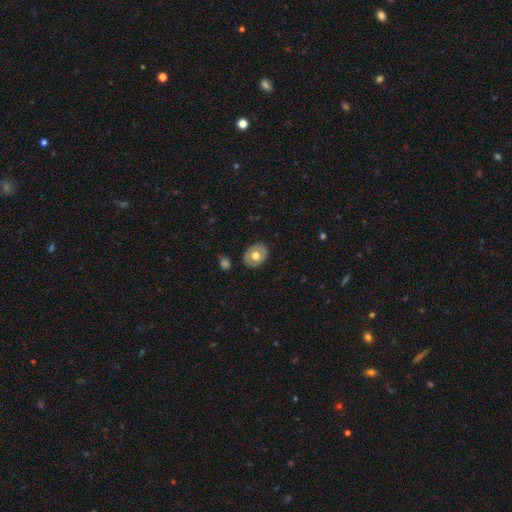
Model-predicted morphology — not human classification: type=smooth (55%); roundness=in between (58%); merging=none (84%).